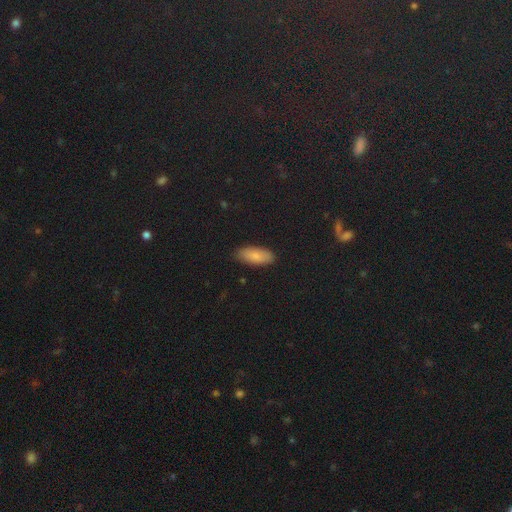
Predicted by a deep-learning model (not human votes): Q: Smooth or featured?
A: smooth (85%); runner-up: featured or disk (8%)
Q: How rounded?
A: in between (85%); runner-up: cigar-shaped (13%)
Q: Merging?
A: none (86%); runner-up: minor disturbance (11%)